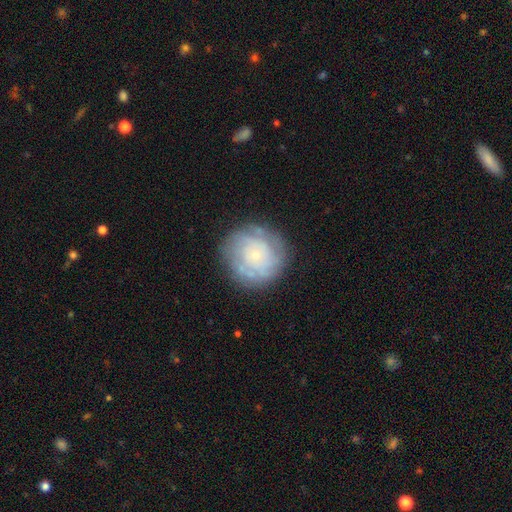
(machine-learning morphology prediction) Smooth or featured? Predicted: featured or disk (p=0.61). Edge-on disk? Predicted: no (p=0.97). Bar? Predicted: no (p=0.85). Spiral arms? Predicted: yes (p=0.77). Bulge size? Predicted: small (p=0.81). Merging? Predicted: none (p=0.77).